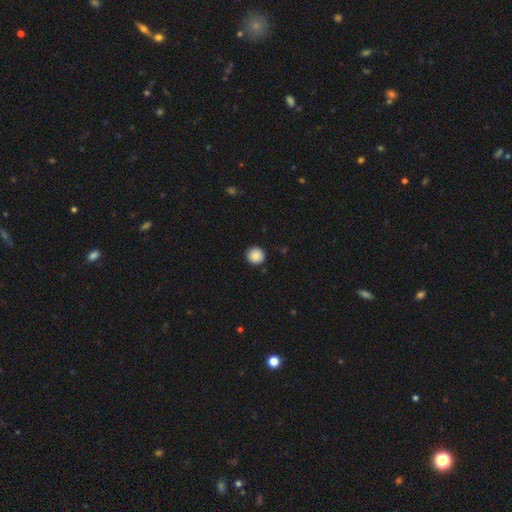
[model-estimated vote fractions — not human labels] Smooth or featured? Predicted: smooth (p=0.88). How rounded? Predicted: round (p=0.94). Merging? Predicted: none (p=0.91).